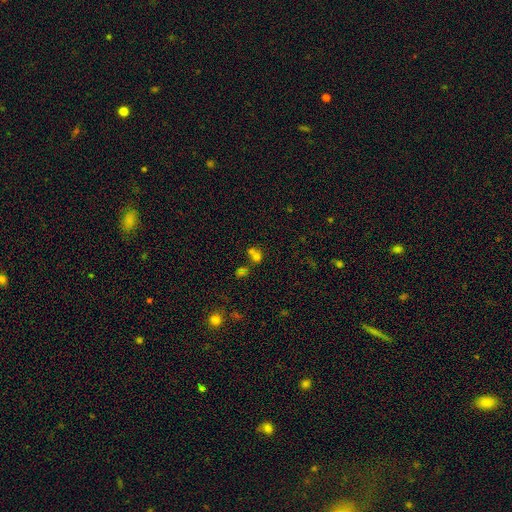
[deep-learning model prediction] A smooth galaxy with no disk features (60%) that is round (69%). Merging: merger (53%).